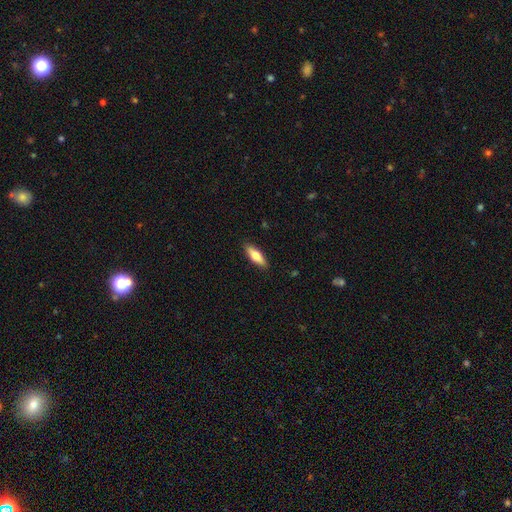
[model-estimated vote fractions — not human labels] smooth-or-featured: smooth: 62% | featured or disk: 32% | star or artifact: 6%
  how-rounded: in between: 51% | cigar-shaped: 47% | round: 2%
  merging: none: 89% | minor disturbance: 8% | major disturbance: 2% | merger: 1%